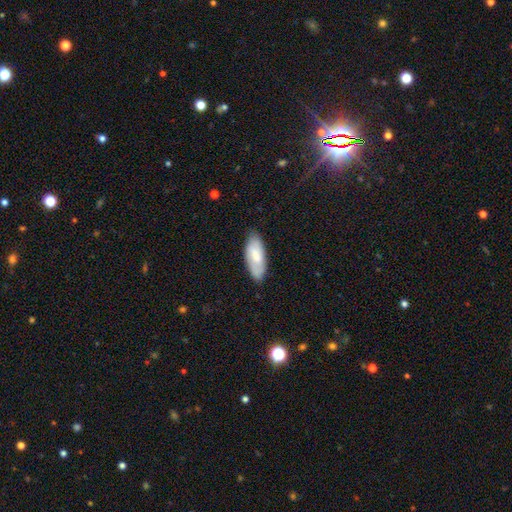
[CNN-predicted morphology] A smooth galaxy with no disk features (71%) that is in between round and cigar-shaped (85%).

Vote fractions:
- Smooth or featured? smooth: 71% / featured or disk: 23% / star or artifact: 6%
- How rounded? in between: 85% / cigar-shaped: 13% / round: 2%
- Merging? none: 75% / minor disturbance: 20% / major disturbance: 4% / merger: 1%